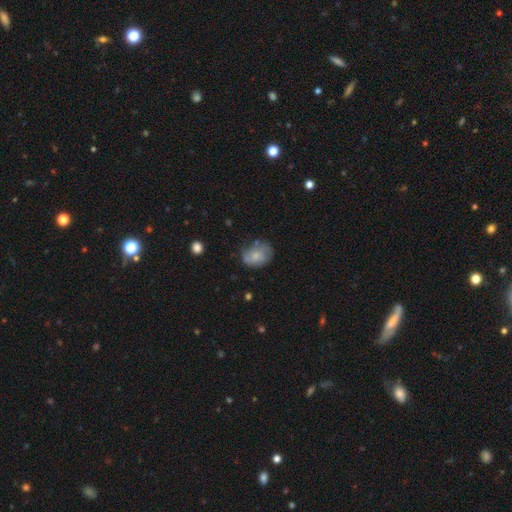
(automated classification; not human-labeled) A smooth galaxy with no disk features (69%) that is in between round and cigar-shaped (67%). Merging: none (52%).